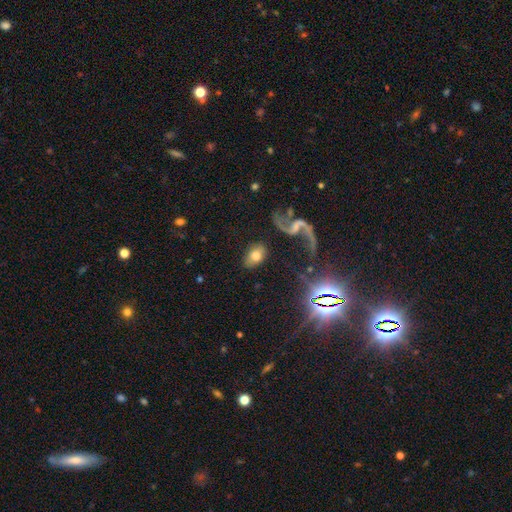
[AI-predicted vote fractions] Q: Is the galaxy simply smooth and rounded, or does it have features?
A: smooth — 64%.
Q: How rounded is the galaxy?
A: in between — 83%.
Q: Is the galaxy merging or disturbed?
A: none — 77%.